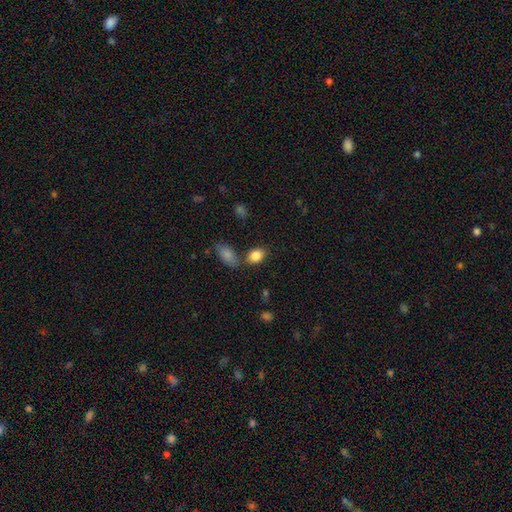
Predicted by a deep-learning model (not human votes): Overall: smooth (85%). How rounded: in between (79%). Merging: none (67%).